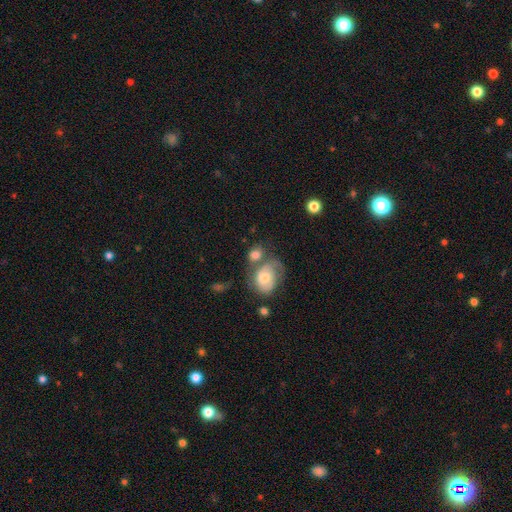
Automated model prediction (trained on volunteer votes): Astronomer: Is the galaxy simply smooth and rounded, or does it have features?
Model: smooth — 51% (runner-up: featured or disk, 38%).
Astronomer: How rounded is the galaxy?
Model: in between — 55% (runner-up: round, 43%).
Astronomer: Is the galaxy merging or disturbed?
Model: none — 37% (runner-up: merger, 33%).